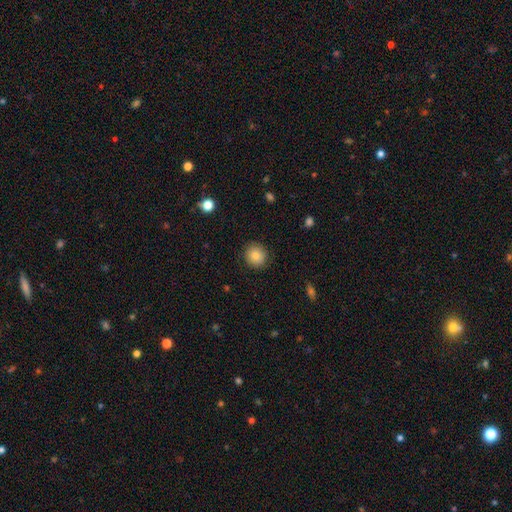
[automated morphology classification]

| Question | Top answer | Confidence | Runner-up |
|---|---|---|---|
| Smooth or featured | smooth | 84% | star or artifact (9%) |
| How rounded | round | 88% | in between (11%) |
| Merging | none | 88% | minor disturbance (8%) |